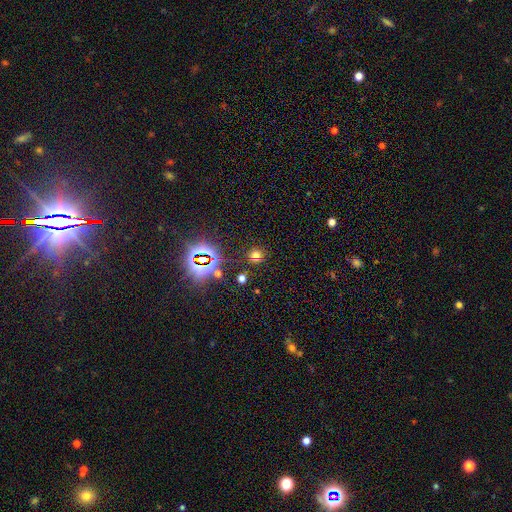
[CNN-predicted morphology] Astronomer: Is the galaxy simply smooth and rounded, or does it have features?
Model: smooth — 54% (runner-up: star or artifact, 38%).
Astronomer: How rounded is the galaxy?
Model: round — 87%.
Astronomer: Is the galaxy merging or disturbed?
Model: none — 80%.